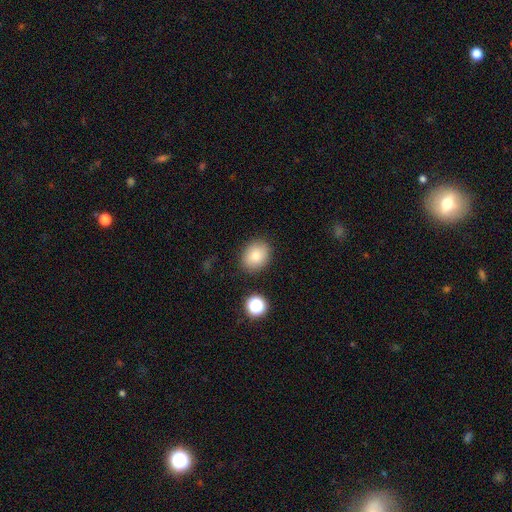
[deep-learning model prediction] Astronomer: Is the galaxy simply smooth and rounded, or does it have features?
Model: smooth — 81%.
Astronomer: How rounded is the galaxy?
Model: round — 50% (runner-up: in between, 49%).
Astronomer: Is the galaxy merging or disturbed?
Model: none — 85%.